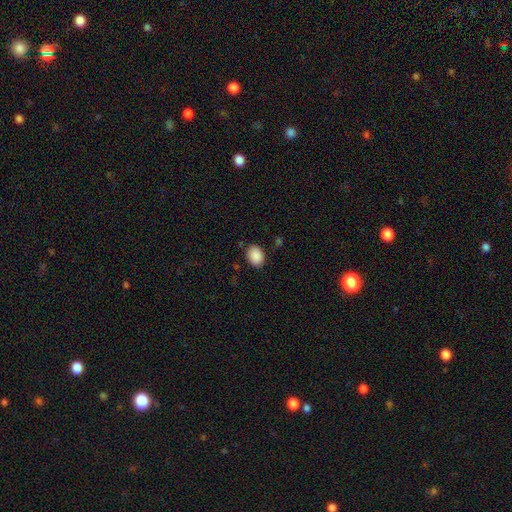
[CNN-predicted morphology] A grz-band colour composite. It shows a smooth galaxy with no disk features (90%) that is in between round and cigar-shaped (68%). Merging: none (85%).